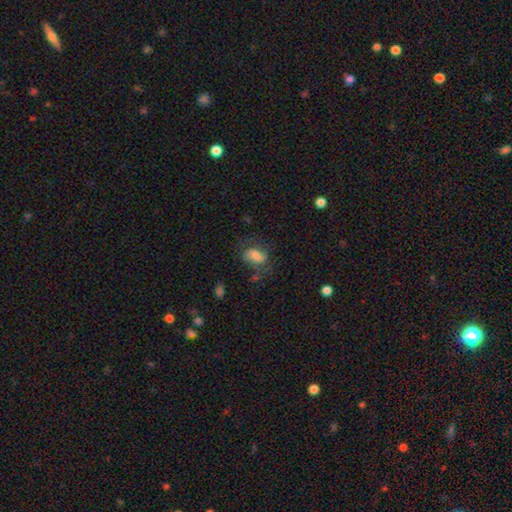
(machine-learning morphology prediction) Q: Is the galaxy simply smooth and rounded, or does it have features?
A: smooth — 56%.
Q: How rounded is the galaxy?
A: in between — 84%.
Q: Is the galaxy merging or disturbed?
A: none — 50%.